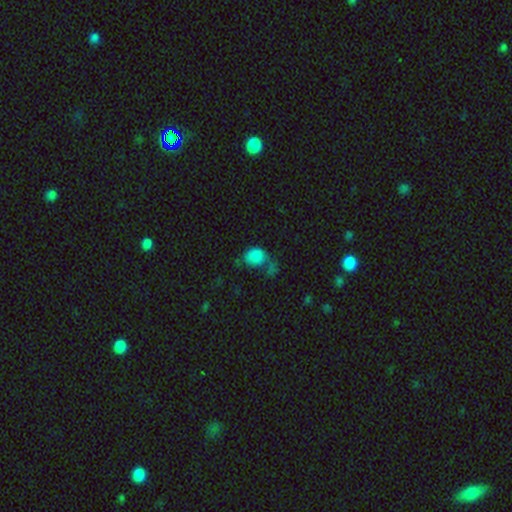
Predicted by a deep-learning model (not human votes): Morphology: type=smooth (81%); roundness=in between (55%); merging=none (31%).